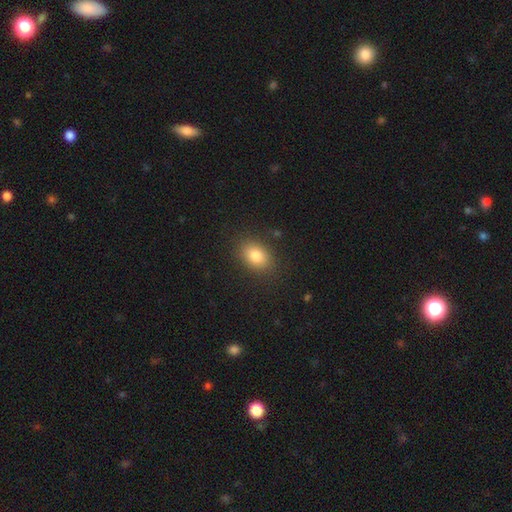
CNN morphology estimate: smooth-or-featured: smooth: 82% | star or artifact: 10% | featured or disk: 8%
  how-rounded: in between: 76% | round: 23% | cigar-shaped: 1%
  merging: none: 85% | minor disturbance: 10% | major disturbance: 3% | merger: 1%